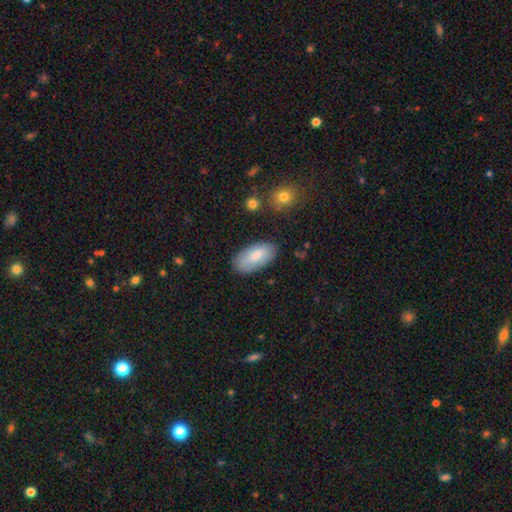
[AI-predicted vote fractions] The model was most divided on "smooth or featured": smooth: 82%, featured or disk: 12%, star or artifact: 6%. More confident: how rounded — in between (93%); merging — none (83%).